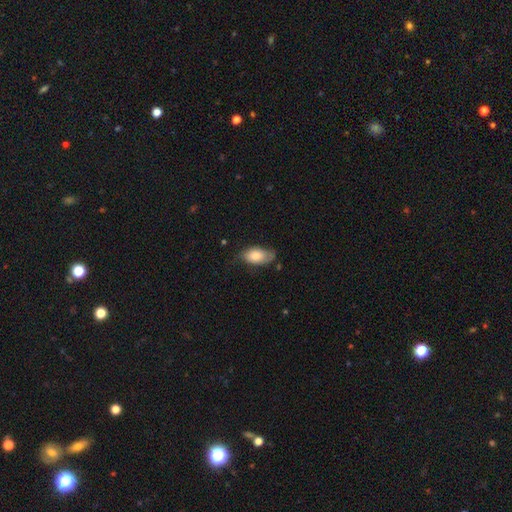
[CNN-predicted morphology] This is likely a smooth galaxy (72%). How rounded: clearly in between (92%). Merging: possibly none (55%).